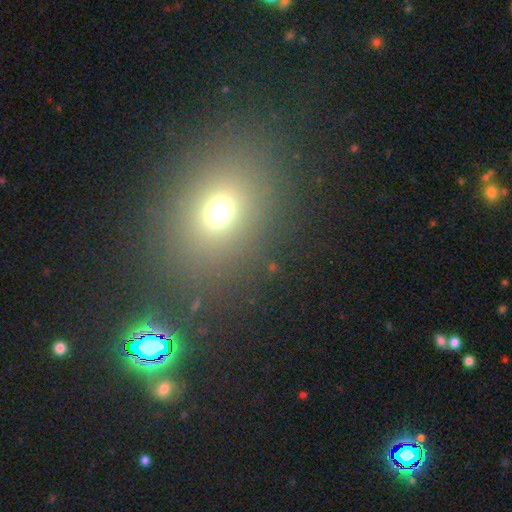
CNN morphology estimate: Smooth or featured: smooth — 60% (star or artifact — 30%)
How rounded: in between — 50% (round — 48%)
Merging: none — 86% (minor disturbance — 7%)